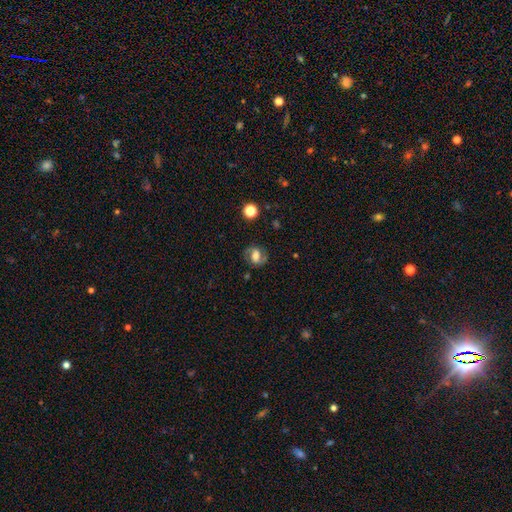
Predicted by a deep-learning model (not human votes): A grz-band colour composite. It shows a featured or disk galaxy (59%) with a weak bar (43%), spiral arms (84%) and a moderate central bulge (47%). Merging: none (79%).